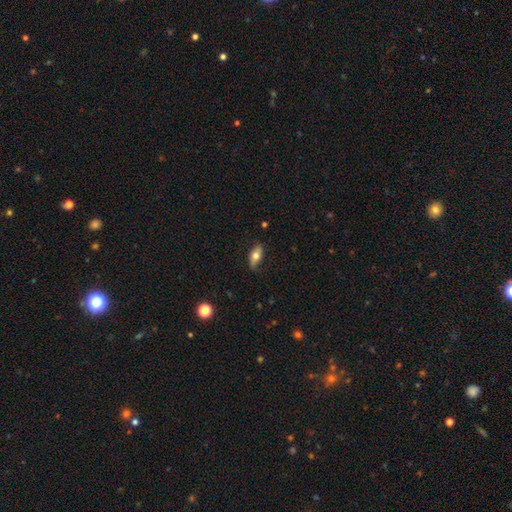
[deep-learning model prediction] This is likely a smooth galaxy (65%). How rounded: clearly in between (80%). Merging: likely none (78%).